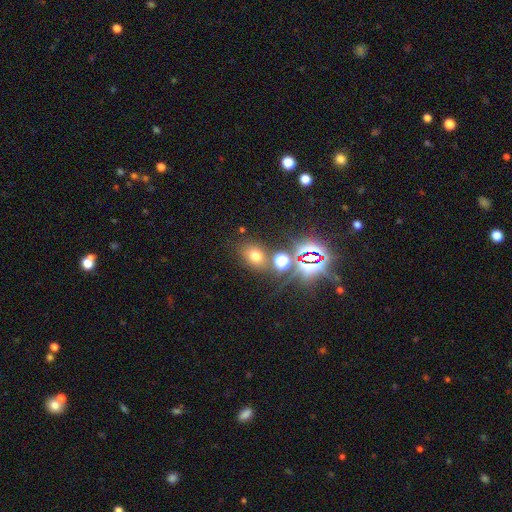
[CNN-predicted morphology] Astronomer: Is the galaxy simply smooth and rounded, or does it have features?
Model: smooth — 59%.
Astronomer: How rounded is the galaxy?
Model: in between — 56% (runner-up: round, 43%).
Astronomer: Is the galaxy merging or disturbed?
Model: none — 71%.